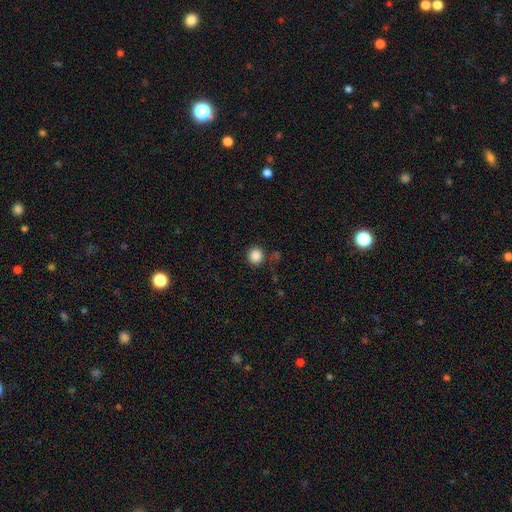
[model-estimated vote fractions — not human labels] This appears to be a smooth galaxy with no disk features (87%) that is round (92%). Merging: none (87%).